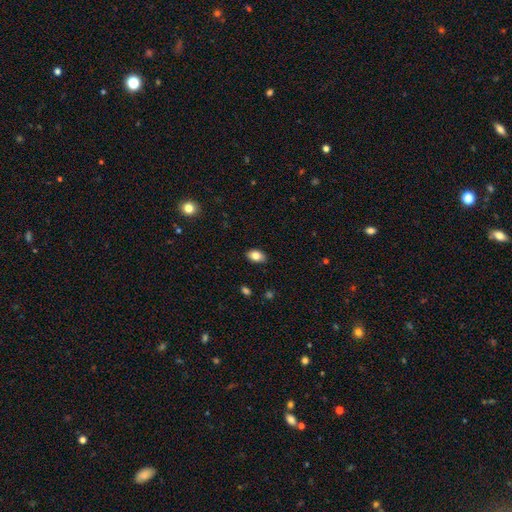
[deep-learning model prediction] Smooth or featured? smooth (82%)
How rounded? in between (90%)
Merging? none (88%)